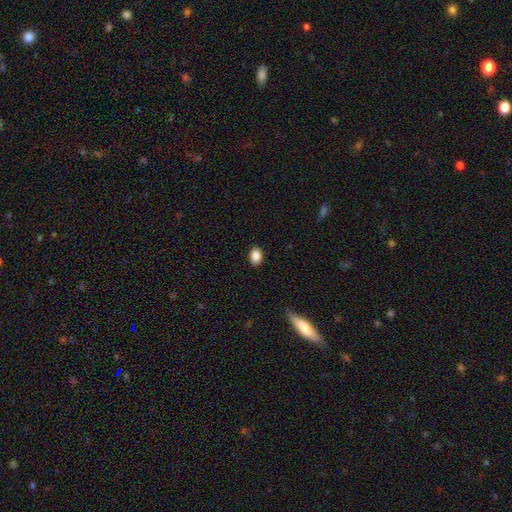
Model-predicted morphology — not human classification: Smooth or featured?
  - smooth: 88% *
  - star or artifact: 9%
  - featured or disk: 4%
How rounded?
  - in between: 78% *
  - round: 21%
  - cigar-shaped: 1%
Merging?
  - none: 90% *
  - minor disturbance: 8%
  - major disturbance: 2%
  - merger: 1%